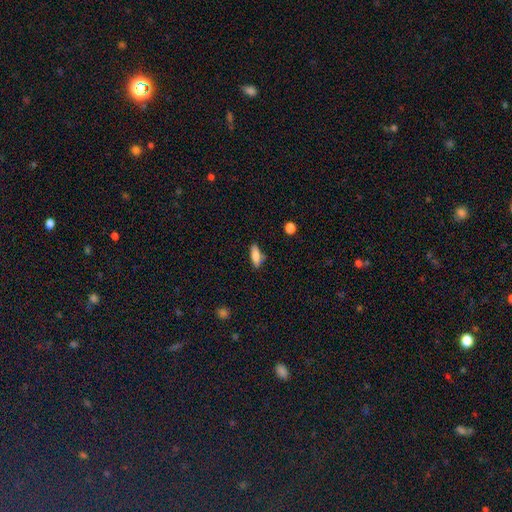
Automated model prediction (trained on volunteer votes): smooth_or_featured: smooth (p=0.76) [alt: featured or disk p=0.16]
how_rounded: in between (p=0.63) [alt: cigar-shaped p=0.35]
merging: none (p=0.71) [alt: minor disturbance p=0.19]